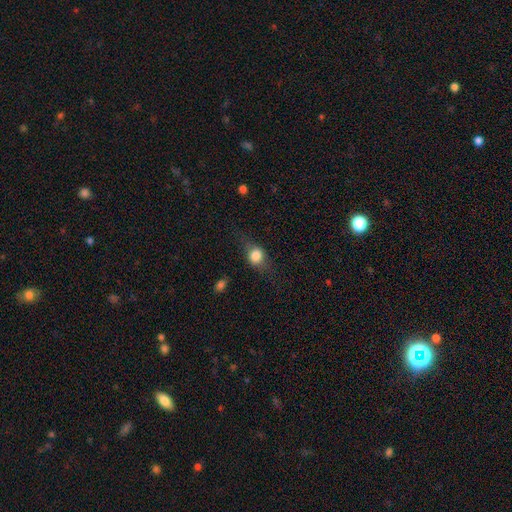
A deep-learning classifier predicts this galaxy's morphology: Overall: smooth (66%). How rounded: round (58%; in between 37%). Merging: none (64%).